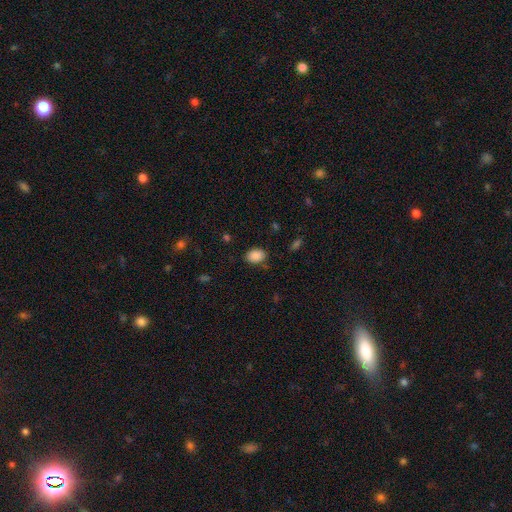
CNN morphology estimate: The model was most divided on "how rounded": in between: 78%, round: 21%, cigar-shaped: 1%. More confident: smooth or featured — smooth (87%); merging — none (80%).